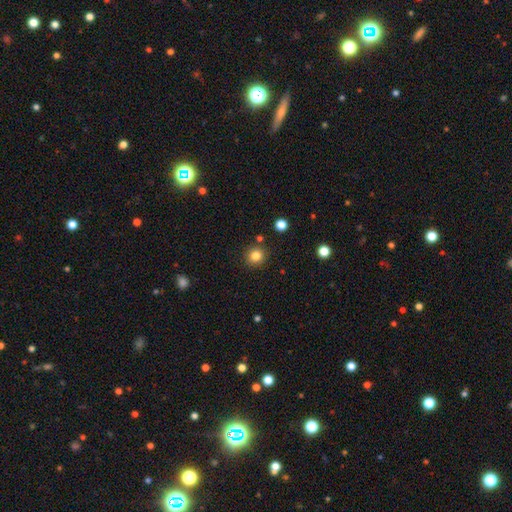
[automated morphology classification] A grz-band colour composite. It shows a smooth galaxy with no disk features (82%) that is round (91%). Merging: none (88%).